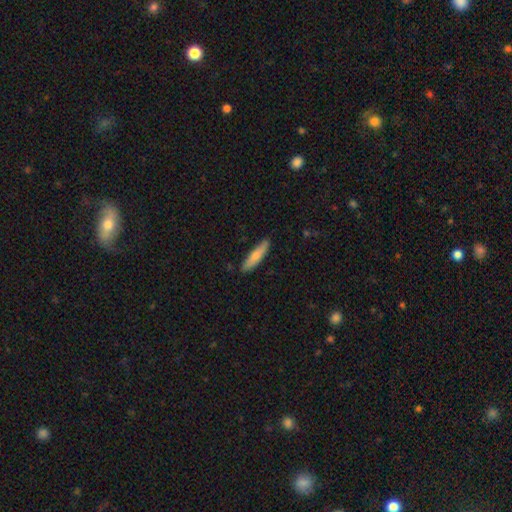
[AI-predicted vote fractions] smooth 76%, featured or disk 19%, star or artifact 5%. Down the decision tree: how rounded — cigar-shaped (76%); merging — none (84%).